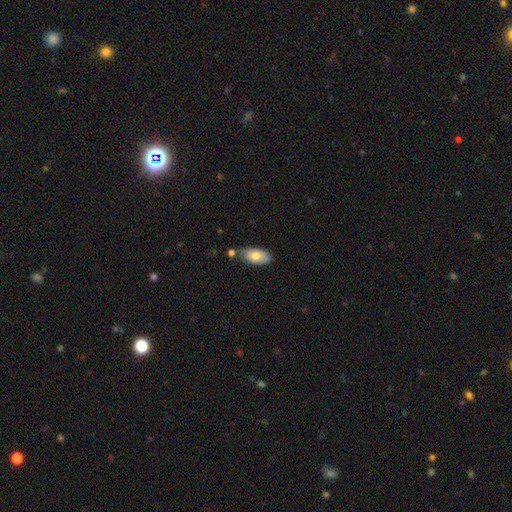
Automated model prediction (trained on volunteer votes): smooth_or_featured: smooth (p=0.75) [alt: featured or disk p=0.18]
how_rounded: in between (p=0.93) [alt: cigar-shaped p=0.04]
merging: none (p=0.67) [alt: minor disturbance p=0.19]